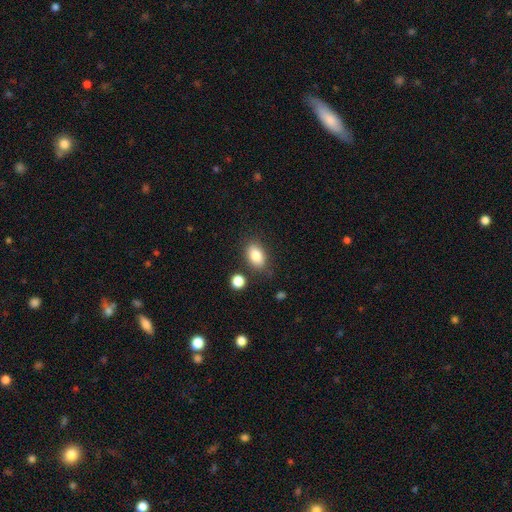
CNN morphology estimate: Q: Smooth or featured?
A: smooth (83%); runner-up: featured or disk (9%)
Q: How rounded?
A: in between (87%); runner-up: round (11%)
Q: Merging?
A: none (80%); runner-up: minor disturbance (12%)